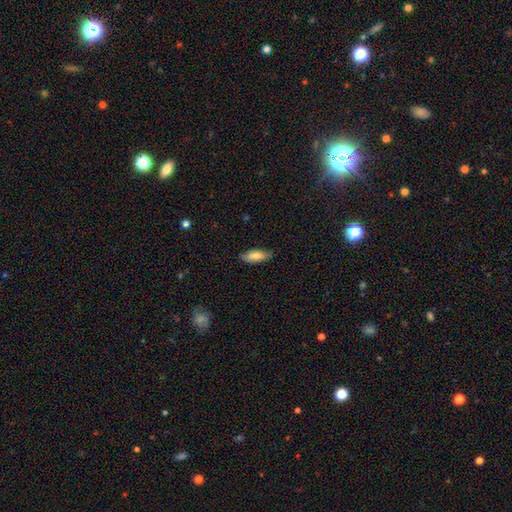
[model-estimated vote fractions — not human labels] smooth_or_featured: smooth (p=0.78) [alt: featured or disk p=0.16]
how_rounded: in between (p=0.72) [alt: cigar-shaped p=0.26]
merging: none (p=0.83) [alt: minor disturbance p=0.14]